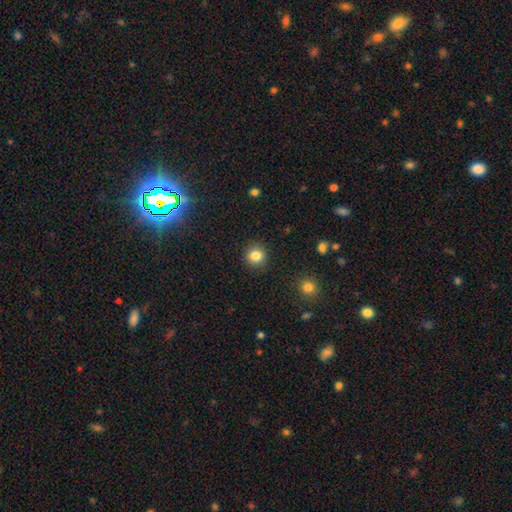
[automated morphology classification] Smooth or featured?
  - smooth: 84% *
  - star or artifact: 11%
  - featured or disk: 5%
How rounded?
  - round: 91% *
  - in between: 8%
  - cigar-shaped: 1%
Merging?
  - none: 91% *
  - minor disturbance: 6%
  - major disturbance: 2%
  - merger: 1%